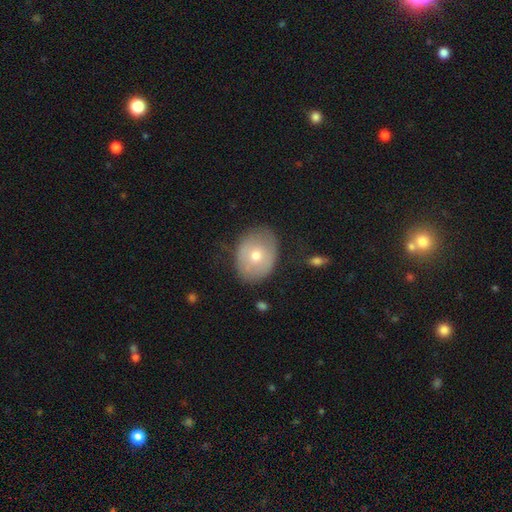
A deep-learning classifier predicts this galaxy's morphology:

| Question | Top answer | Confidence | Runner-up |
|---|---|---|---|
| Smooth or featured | smooth | 59% | featured or disk (34%) |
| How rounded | in between | 58% | round (41%) |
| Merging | none | 71% | minor disturbance (20%) |